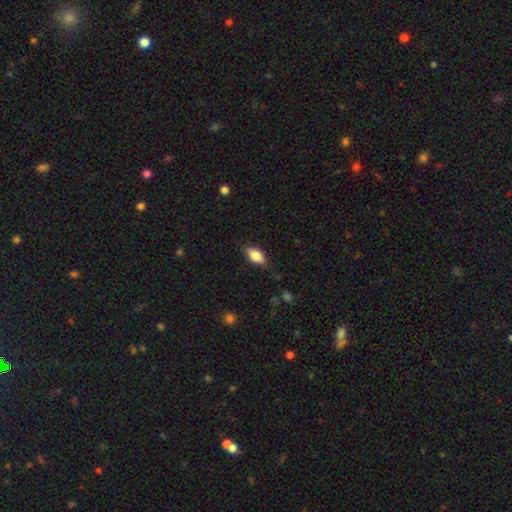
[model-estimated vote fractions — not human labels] Morphology: type=smooth (65%); roundness=in between (83%); merging=none (75%).